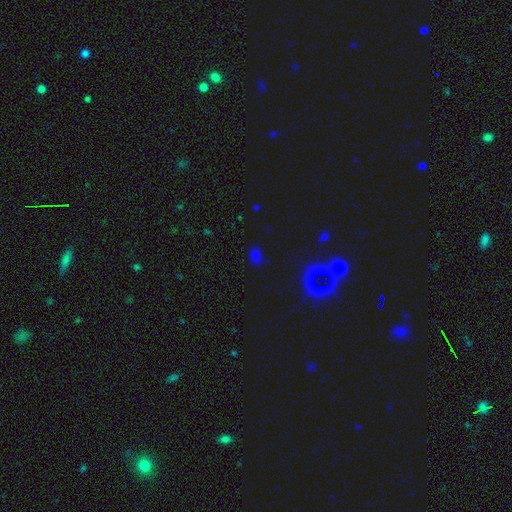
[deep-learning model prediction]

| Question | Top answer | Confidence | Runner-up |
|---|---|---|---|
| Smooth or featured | smooth | 57% | star or artifact (38%) |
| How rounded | in between | 74% | round (23%) |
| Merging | none | 80% | minor disturbance (13%) |